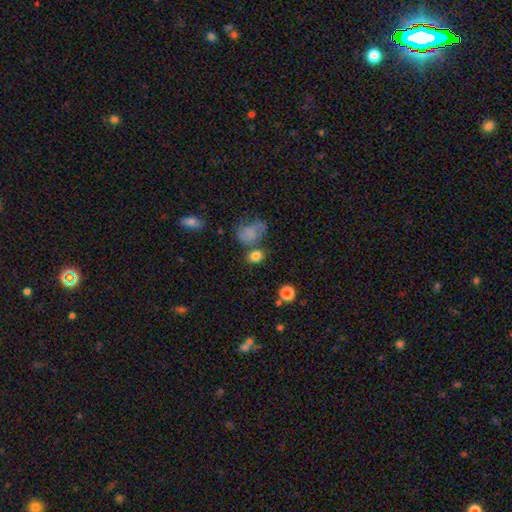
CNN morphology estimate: smooth-or-featured: smooth: 81% | star or artifact: 12% | featured or disk: 7%
  how-rounded: round: 54% | in between: 45% | cigar-shaped: 1%
  merging: none: 63% | merger: 18% | minor disturbance: 13% | major disturbance: 6%